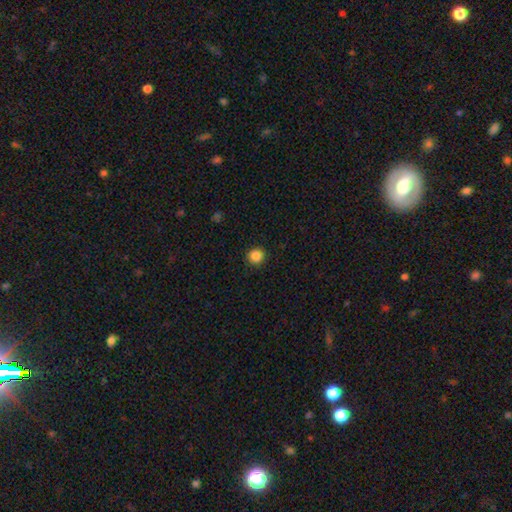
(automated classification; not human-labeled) smooth-or-featured: smooth: 86% | star or artifact: 10% | featured or disk: 3%
  how-rounded: round: 94% | in between: 5% | cigar-shaped: 1%
  merging: none: 92% | minor disturbance: 6% | major disturbance: 2% | merger: 1%